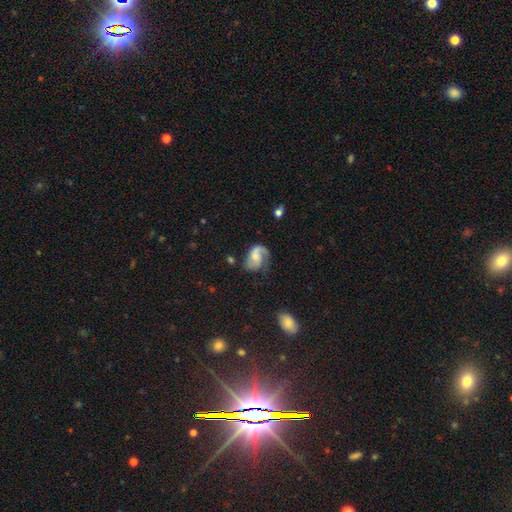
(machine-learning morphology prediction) type=featured or disk (70%); edge-on=no (98%); bar=no (56%); spiral arms=yes (92%); winding=medium (43%); arm count=2 (59%); bulge=small (39%); merging=none (49%).